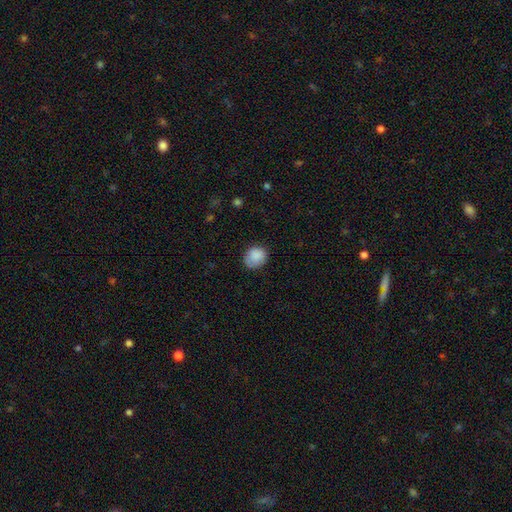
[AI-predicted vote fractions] This appears to be a smooth galaxy with no disk features (87%) that is round (61%). Merging: none (74%).